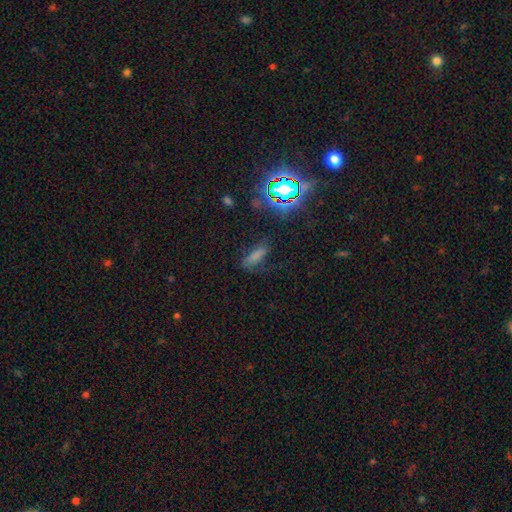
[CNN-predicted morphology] smooth-or-featured: smooth: 67% | star or artifact: 22% | featured or disk: 12%
  how-rounded: in between: 60% | cigar-shaped: 37% | round: 4%
  merging: none: 66% | minor disturbance: 22% | major disturbance: 10% | merger: 3%